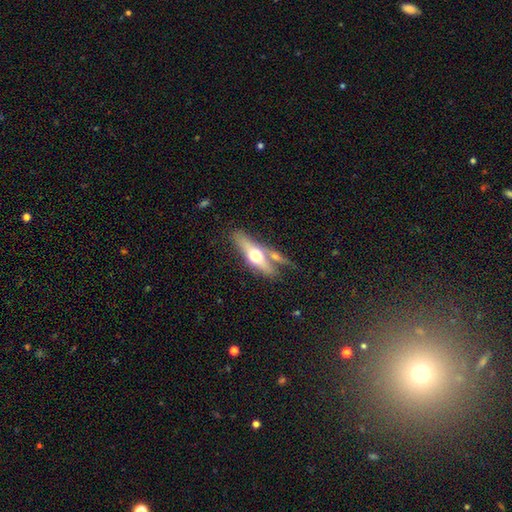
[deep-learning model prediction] A featured or disk galaxy (56%) viewed edge-on (84%). Merging: none (54%).